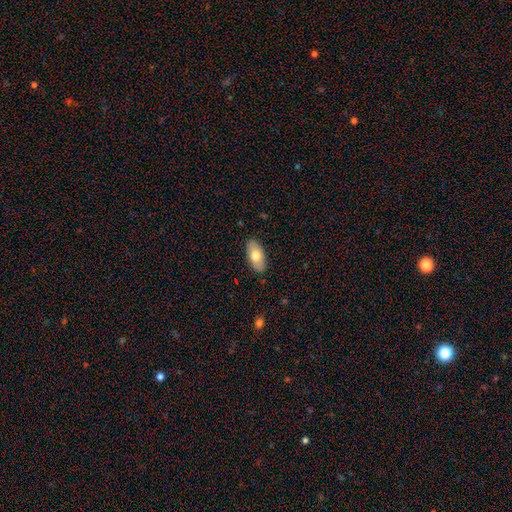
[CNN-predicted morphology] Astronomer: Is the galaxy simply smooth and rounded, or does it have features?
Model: smooth — 71%.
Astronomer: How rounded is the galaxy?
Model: in between — 91%.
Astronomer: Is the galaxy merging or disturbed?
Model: none — 88%.